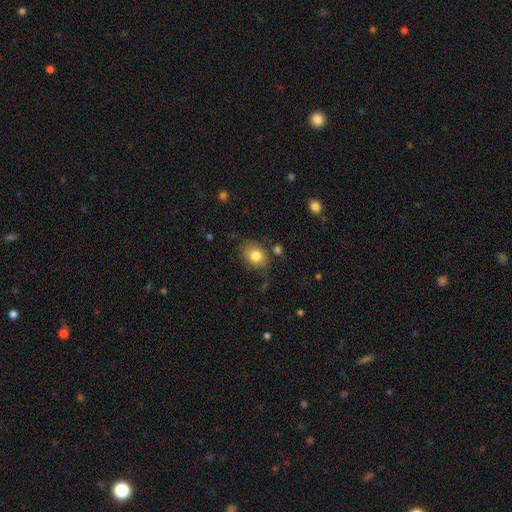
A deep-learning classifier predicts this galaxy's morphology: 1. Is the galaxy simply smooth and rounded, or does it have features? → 80% smooth, 10% featured or disk, 9% star or artifact.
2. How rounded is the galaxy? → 54% in between, 45% round, 1% cigar-shaped.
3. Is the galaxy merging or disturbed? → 74% none, 18% minor disturbance, 5% major disturbance, 4% merger.